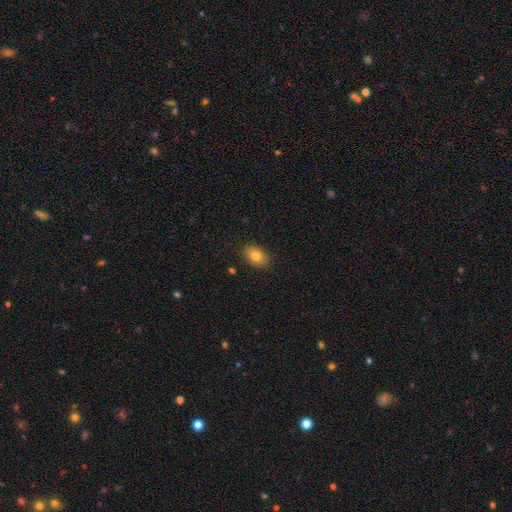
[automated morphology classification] Smooth or featured: smooth — 80% (featured or disk — 11%)
How rounded: in between — 86% (round — 13%)
Merging: none — 87% (minor disturbance — 9%)